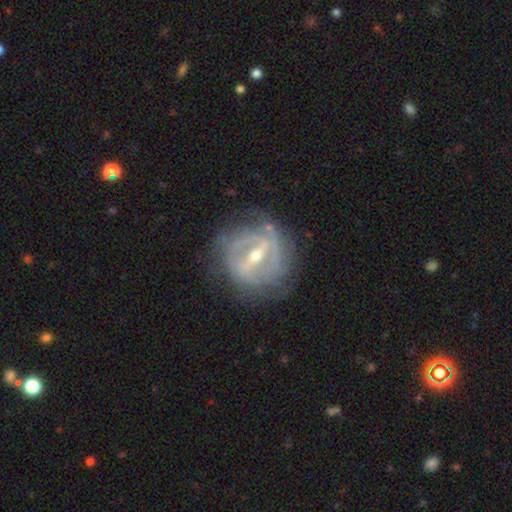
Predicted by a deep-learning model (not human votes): smooth_or_featured: featured or disk (p=0.87) [alt: smooth p=0.08]
disk_edge_on: no (p=0.94) [alt: yes p=0.06]
bar: strong (p=0.64) [alt: weak p=0.29]
has_spiral_arms: yes (p=0.86) [alt: no p=0.14]
spiral_winding: tight (p=0.59) [alt: medium p=0.31]
spiral_arm_count: 2 (p=0.38) [alt: can't tell p=0.31]
bulge_size: moderate (p=0.54) [alt: small p=0.42]
merging: none (p=0.72) [alt: minor disturbance p=0.18]